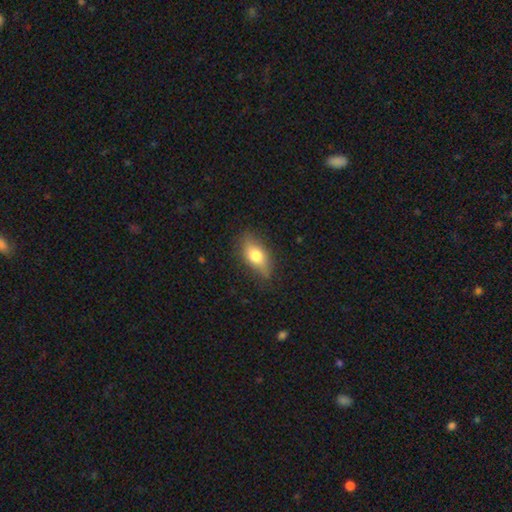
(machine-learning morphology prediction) smooth-or-featured: smooth: 71% | featured or disk: 22% | star or artifact: 7%
  how-rounded: in between: 82% | cigar-shaped: 12% | round: 6%
  merging: none: 76% | minor disturbance: 19% | major disturbance: 4% | merger: 1%